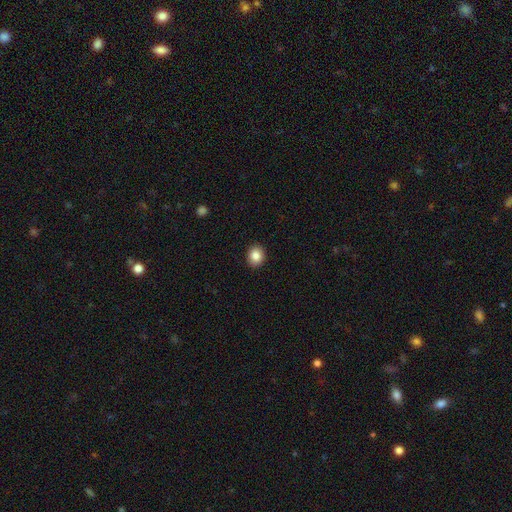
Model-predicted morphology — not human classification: A smooth galaxy with no disk features (85%) that is round (62%).

Vote fractions:
- Smooth or featured? smooth: 85% / star or artifact: 9% / featured or disk: 5%
- How rounded? round: 62% / in between: 37% / cigar-shaped: 1%
- Merging? none: 92% / minor disturbance: 6% / major disturbance: 2% / merger: 1%